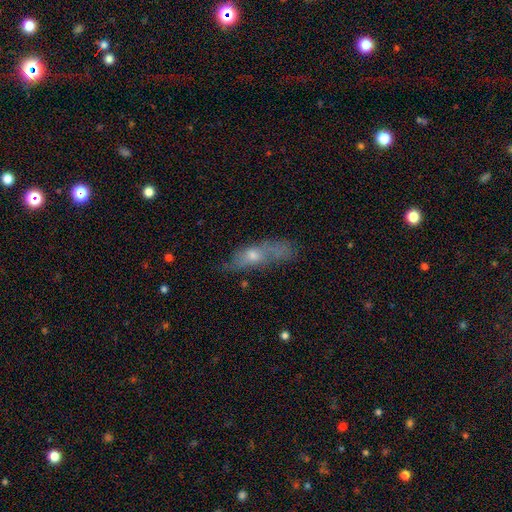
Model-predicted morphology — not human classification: This is marginally a featured or disk galaxy (45%). Merging: possibly none (50%).